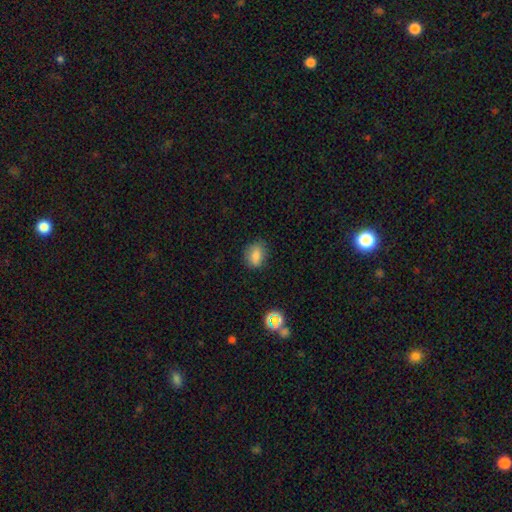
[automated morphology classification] Overall: smooth (81%). How rounded: in between (63%; round 35%). Merging: none (77%).